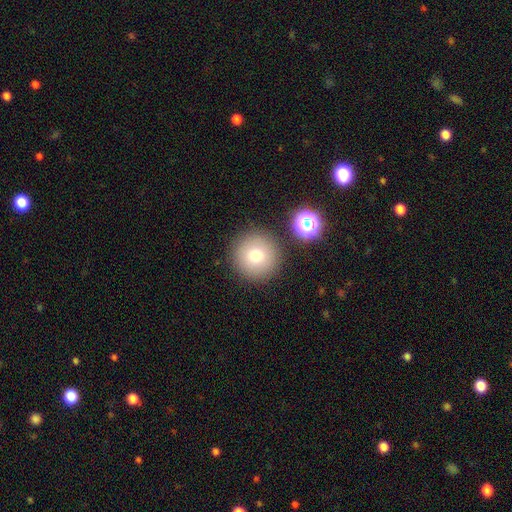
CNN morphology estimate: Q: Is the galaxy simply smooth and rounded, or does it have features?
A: smooth — 76%.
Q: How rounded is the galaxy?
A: round — 96%.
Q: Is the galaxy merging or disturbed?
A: none — 86%.